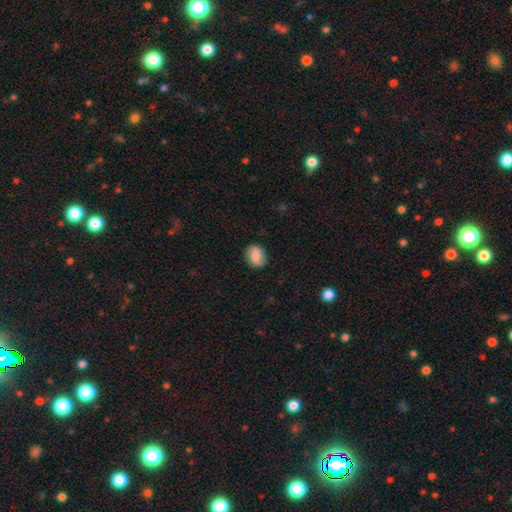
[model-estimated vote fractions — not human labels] smooth_or_featured: smooth (p=0.65) [alt: featured or disk p=0.27]
how_rounded: round (p=0.59) [alt: in between p=0.40]
merging: none (p=0.84) [alt: minor disturbance p=0.12]